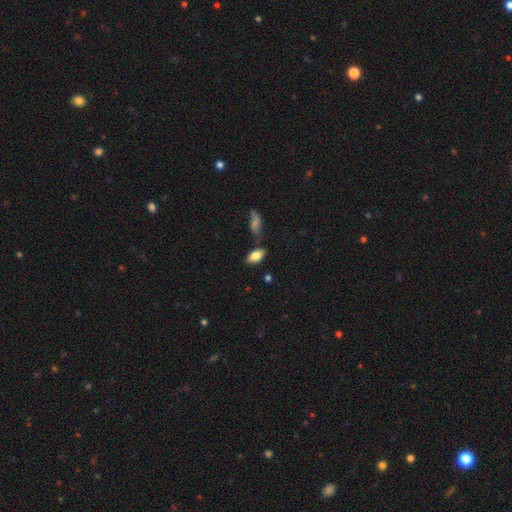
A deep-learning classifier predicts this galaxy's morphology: A smooth galaxy with no disk features (76%) that is in between round and cigar-shaped (90%).

Vote fractions:
- Smooth or featured? smooth: 76% / featured or disk: 16% / star or artifact: 7%
- How rounded? in between: 90% / cigar-shaped: 6% / round: 4%
- Merging? none: 71% / minor disturbance: 16% / merger: 9% / major disturbance: 4%